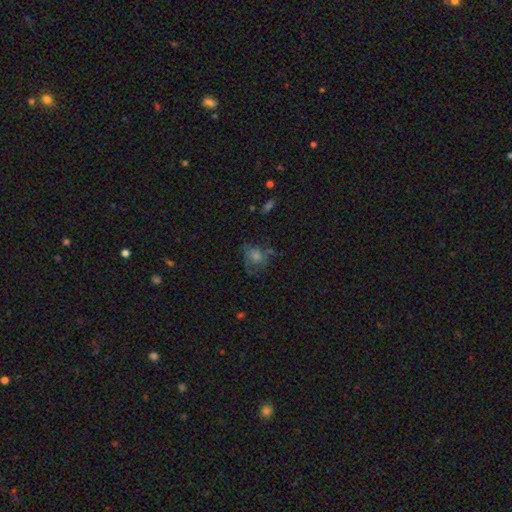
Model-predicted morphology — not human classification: Q: Smooth or featured?
A: smooth (44%); runner-up: featured or disk (30%)
Q: Merging?
A: none (56%); runner-up: minor disturbance (22%)